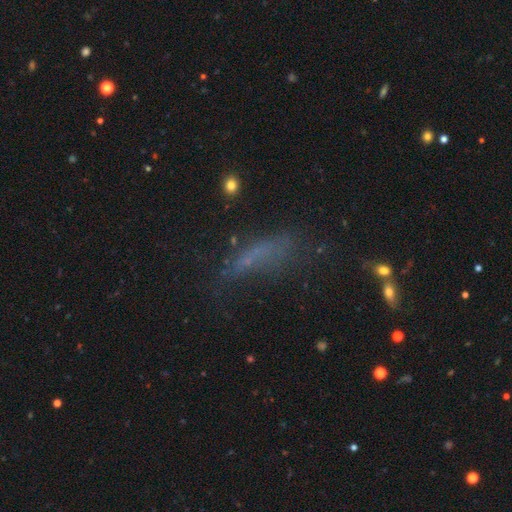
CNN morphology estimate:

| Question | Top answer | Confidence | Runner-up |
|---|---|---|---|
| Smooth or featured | smooth | 50% | star or artifact (26%) |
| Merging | none | 45% | major disturbance (26%) |